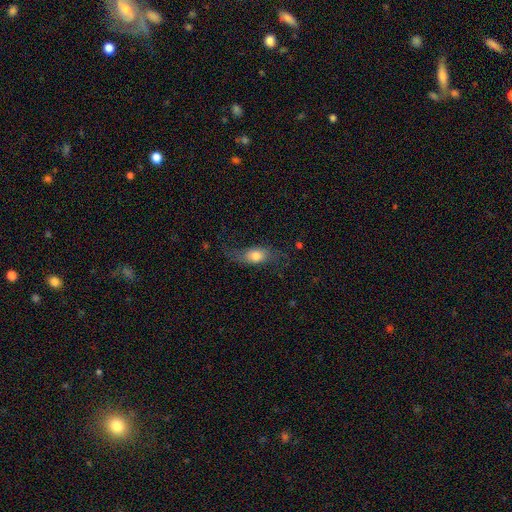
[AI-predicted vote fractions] smooth-or-featured: smooth: 55% | featured or disk: 36% | star or artifact: 9%
  how-rounded: in between: 70% | cigar-shaped: 15% | round: 15%
  merging: none: 51% | major disturbance: 24% | minor disturbance: 23% | merger: 2%